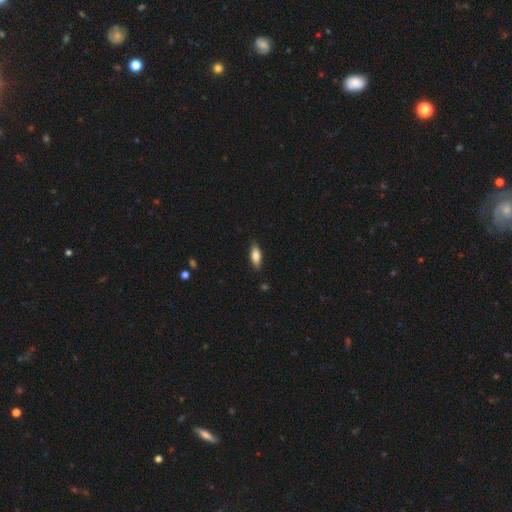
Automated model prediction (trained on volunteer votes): This is clearly a smooth galaxy (80%). How rounded: likely in between (75%). Merging: clearly none (85%).